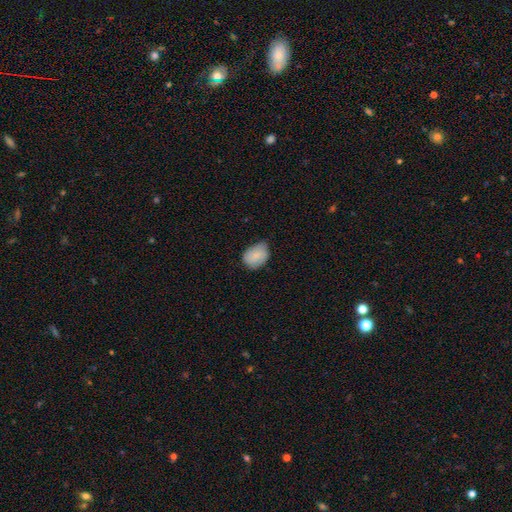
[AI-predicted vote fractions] smooth 83%, featured or disk 10%, star or artifact 7%. Down the decision tree: how rounded — in between (67%); merging — none (50%).